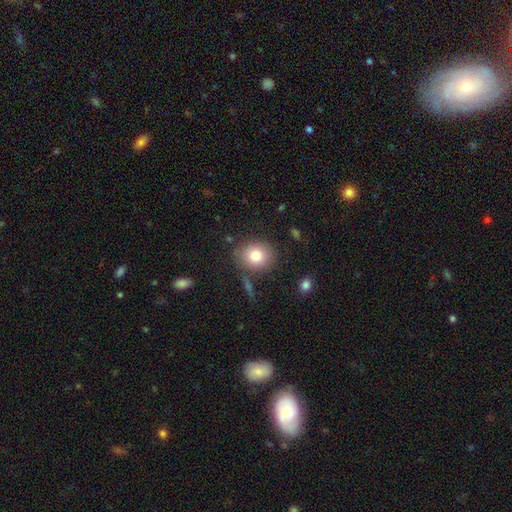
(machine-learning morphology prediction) Smooth or featured? smooth (81%)
How rounded? round (71%)
Merging? none (81%)